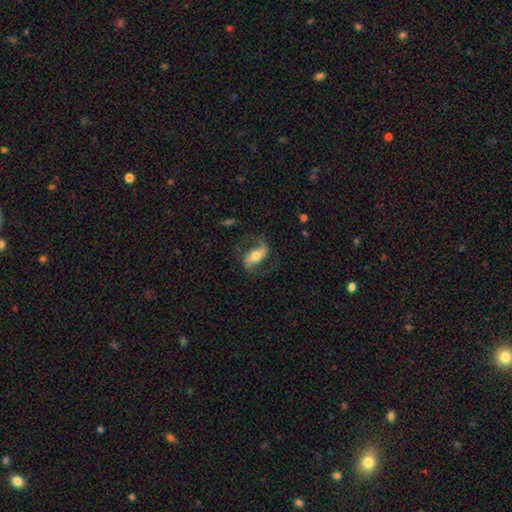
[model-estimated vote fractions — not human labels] featured or disk 74%, smooth 20%, star or artifact 6%. Down the decision tree: edge-on disk — no (86%); bar — strong (55%); spiral arms — yes (88%); spiral arm count — 2 (90%); spiral winding — loose (54%); bulge size — moderate (63%); merging — none (73%).